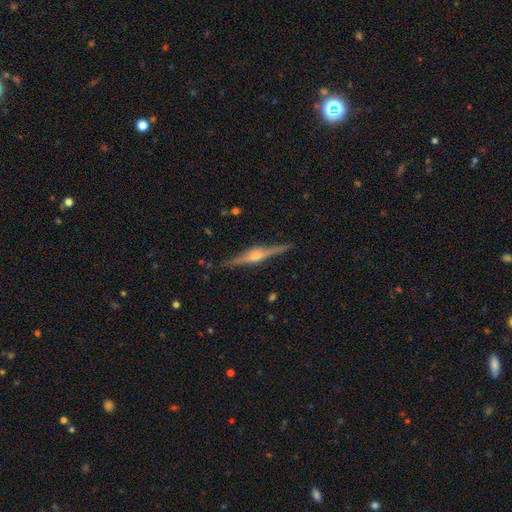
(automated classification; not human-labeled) featured or disk 86%, smooth 9%, star or artifact 5%. Down the decision tree: edge-on disk — yes (98%); edge-on bulge — rounded (85%); merging — none (89%).